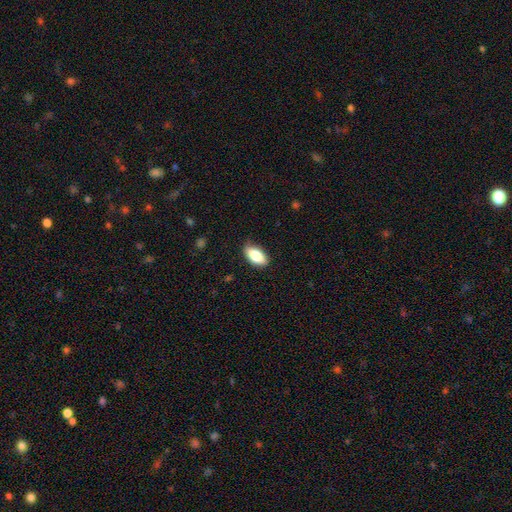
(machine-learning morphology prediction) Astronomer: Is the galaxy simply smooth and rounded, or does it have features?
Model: smooth — 81%.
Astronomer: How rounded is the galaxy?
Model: in between — 90%.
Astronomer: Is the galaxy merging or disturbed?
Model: none — 82%.